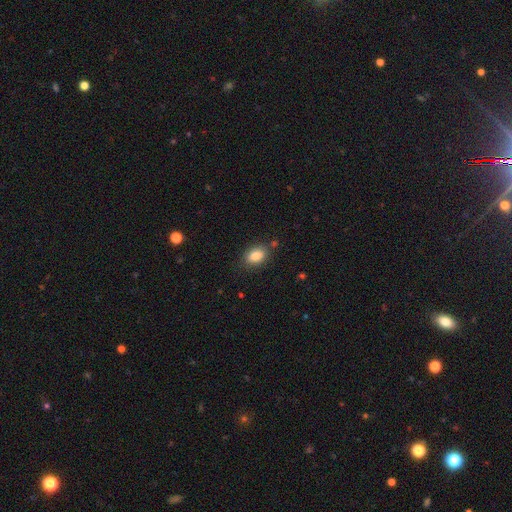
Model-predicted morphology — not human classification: Smooth or featured? Predicted: smooth (p=0.86). How rounded? Predicted: in between (p=0.84). Merging? Predicted: none (p=0.81).